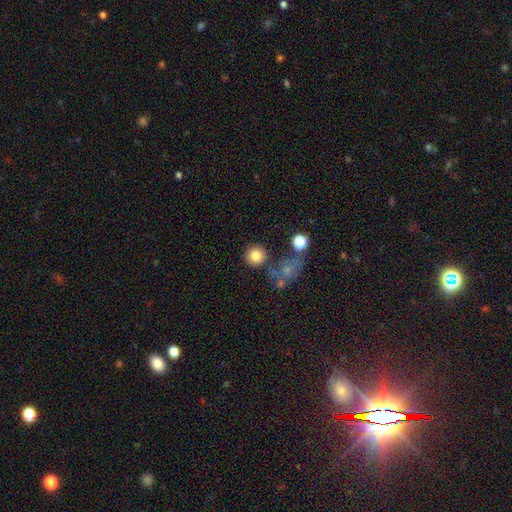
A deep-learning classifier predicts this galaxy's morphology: A smooth galaxy with no disk features (81%) that is round (93%).

Vote fractions:
- Smooth or featured? smooth: 81% / star or artifact: 12% / featured or disk: 8%
- How rounded? round: 93% / in between: 6% / cigar-shaped: 1%
- Merging? none: 79% / minor disturbance: 9% / merger: 8% / major disturbance: 4%